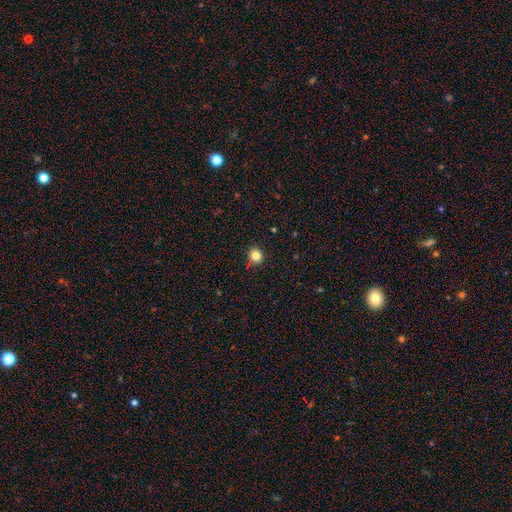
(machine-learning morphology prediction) type=smooth (80%); roundness=round (84%); merging=none (78%).